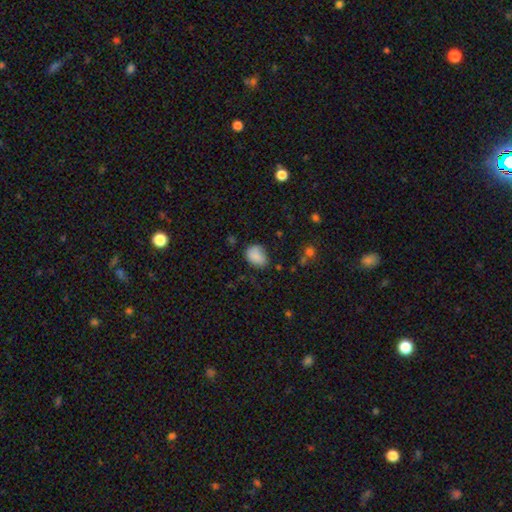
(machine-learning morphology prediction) Smooth or featured? Predicted: smooth (p=0.85). How rounded? Predicted: in between (p=0.68). Merging? Predicted: none (p=0.61).